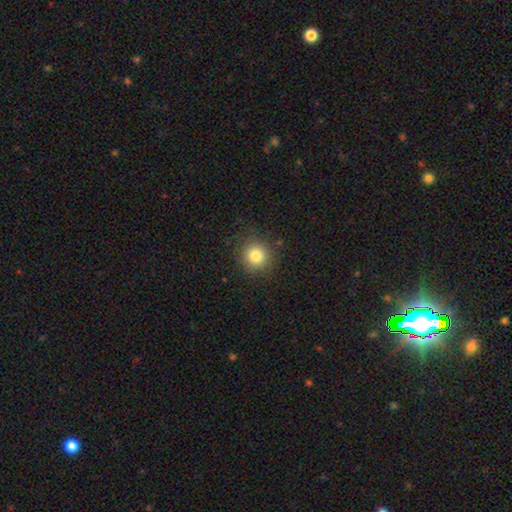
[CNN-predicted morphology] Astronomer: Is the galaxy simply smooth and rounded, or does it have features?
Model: smooth — 82%.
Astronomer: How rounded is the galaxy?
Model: round — 91%.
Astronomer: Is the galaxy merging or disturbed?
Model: none — 88%.